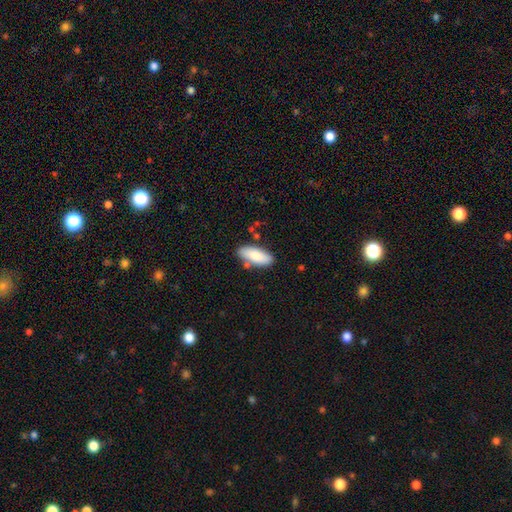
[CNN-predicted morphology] This appears to be a smooth galaxy with no disk features (85%) that is in between round and cigar-shaped (80%). Merging: none (77%).